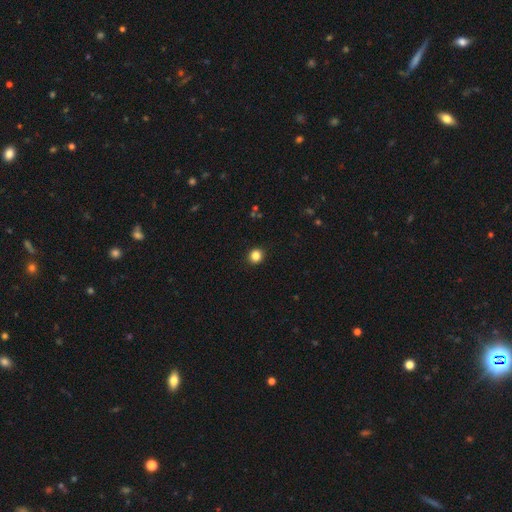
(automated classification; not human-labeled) smooth 84%, star or artifact 12%, featured or disk 4%. Down the decision tree: how rounded — round (91%); merging — none (93%).